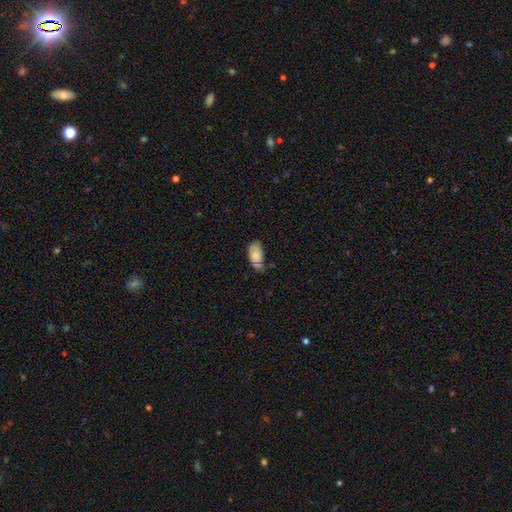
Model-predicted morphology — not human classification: Smooth or featured? Predicted: smooth (p=0.71). How rounded? Predicted: in between (p=0.94). Merging? Predicted: none (p=0.47).